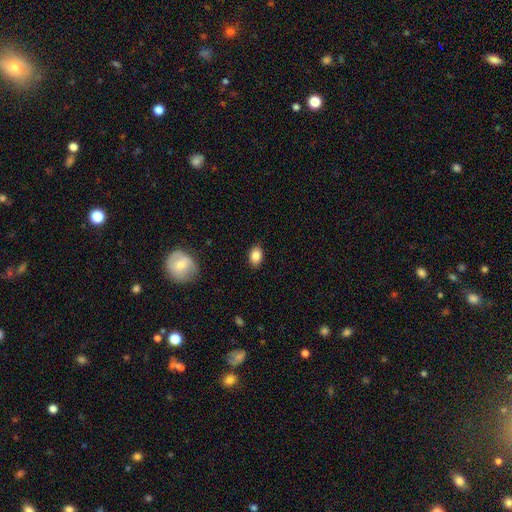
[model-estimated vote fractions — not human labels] Smooth or featured?
  - smooth: 86% *
  - star or artifact: 8%
  - featured or disk: 5%
How rounded?
  - in between: 82% *
  - round: 17%
  - cigar-shaped: 1%
Merging?
  - none: 87% *
  - minor disturbance: 10%
  - major disturbance: 2%
  - merger: 1%